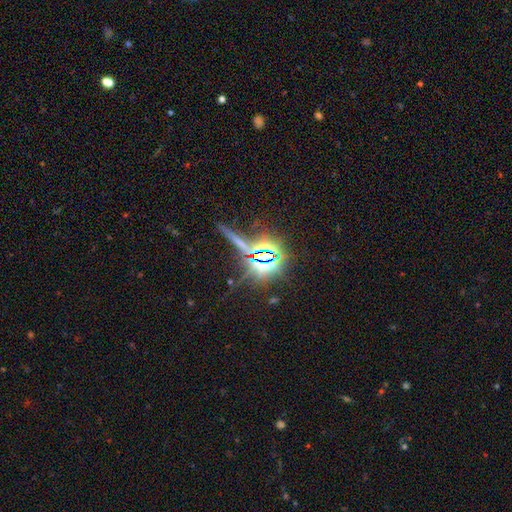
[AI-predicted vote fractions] Q: Smooth or featured?
A: star or artifact (79%); runner-up: featured or disk (12%)